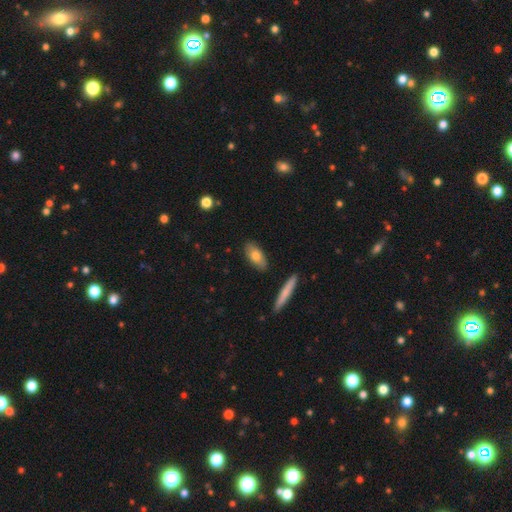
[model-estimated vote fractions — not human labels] Smooth or featured? Predicted: smooth (p=0.75). How rounded? Predicted: in between (p=0.82). Merging? Predicted: none (p=0.85).